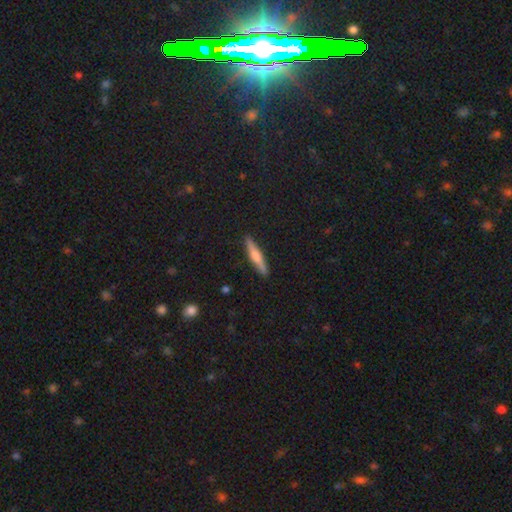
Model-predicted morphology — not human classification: The model was most divided on "smooth or featured": featured or disk: 48%, smooth: 46%, star or artifact: 7%. More confident: merging — none (91%).